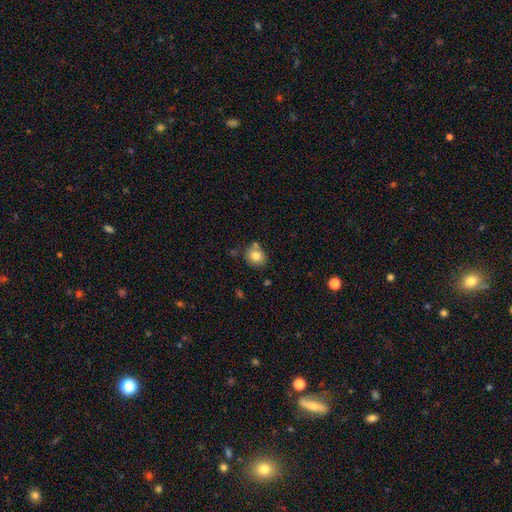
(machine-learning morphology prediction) Smooth or featured? Predicted: smooth (p=0.79). How rounded? Predicted: round (p=0.69). Merging? Predicted: none (p=0.68).